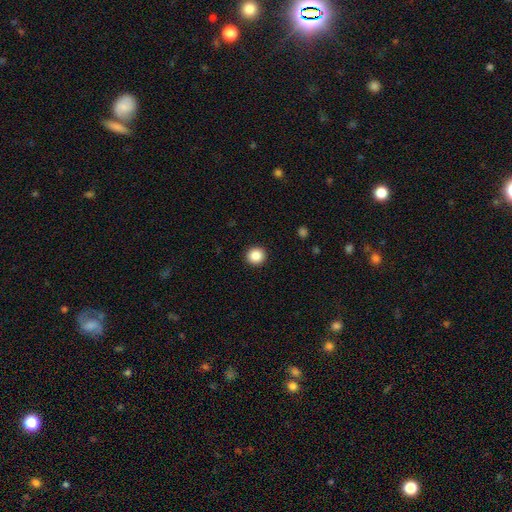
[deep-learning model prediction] The model was most divided on "smooth or featured": smooth: 86%, star or artifact: 10%, featured or disk: 4%. More confident: how rounded — round (94%); merging — none (93%).